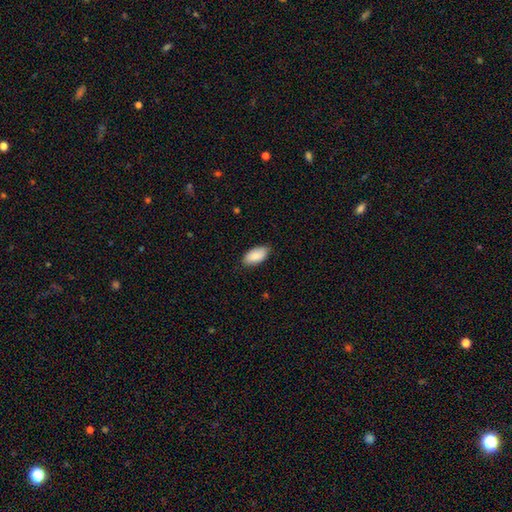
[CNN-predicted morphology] Smooth or featured: smooth — 89% (star or artifact — 6%)
How rounded: in between — 95% (cigar-shaped — 3%)
Merging: none — 84% (minor disturbance — 13%)